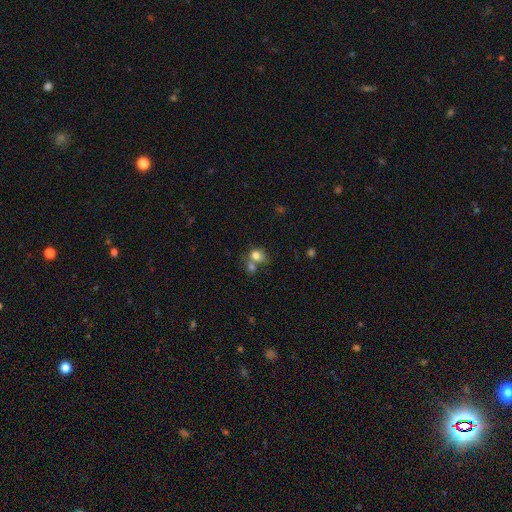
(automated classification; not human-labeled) Morphology: type=smooth (77%); roundness=round (69%); merging=merger (45%).